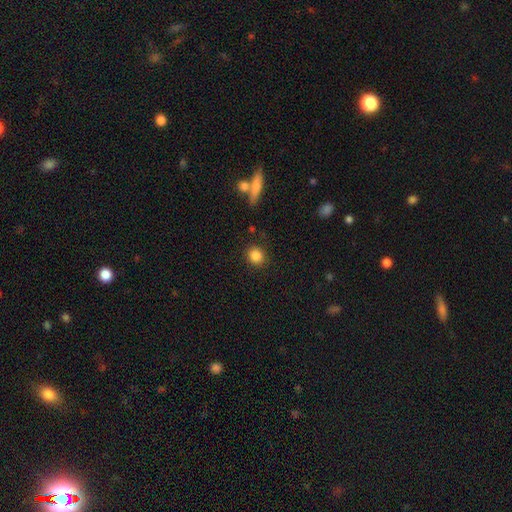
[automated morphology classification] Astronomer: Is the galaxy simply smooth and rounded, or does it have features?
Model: smooth — 85%.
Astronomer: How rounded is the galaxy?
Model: round — 82%.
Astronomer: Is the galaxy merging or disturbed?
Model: none — 87%.